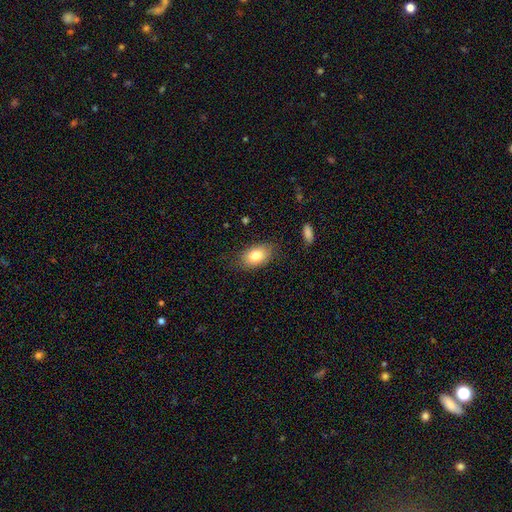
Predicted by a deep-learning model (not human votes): A smooth galaxy with no disk features (81%) that is in between round and cigar-shaped (88%). Merging: none (80%).